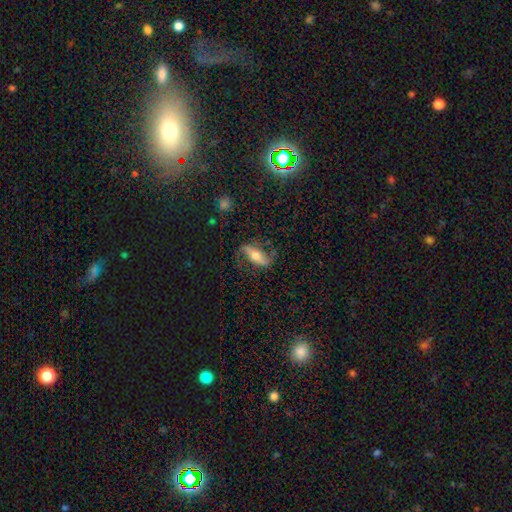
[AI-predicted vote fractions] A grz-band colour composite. It shows a featured or disk galaxy (64%) with no bar (39%), spiral arms (85%) and a moderate central bulge (65%). Merging: none (71%).